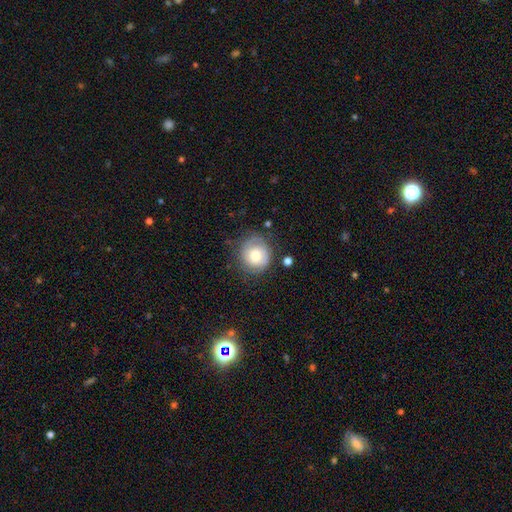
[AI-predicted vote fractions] This is possibly a smooth galaxy (50%). Merging: likely none (71%).